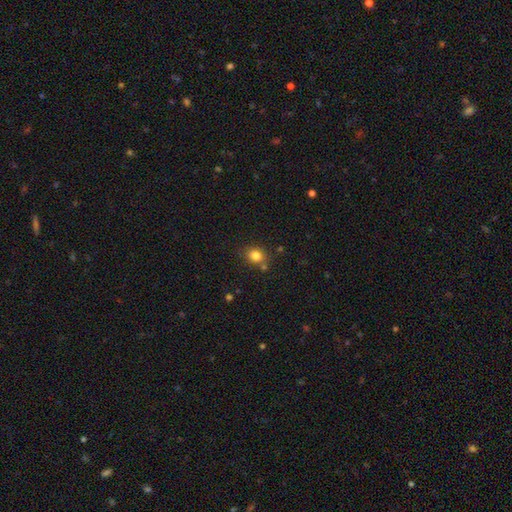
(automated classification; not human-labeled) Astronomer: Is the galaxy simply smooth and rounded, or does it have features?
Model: smooth — 82%.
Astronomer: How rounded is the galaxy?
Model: round — 62% (runner-up: in between, 37%).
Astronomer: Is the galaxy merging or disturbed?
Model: none — 74%.